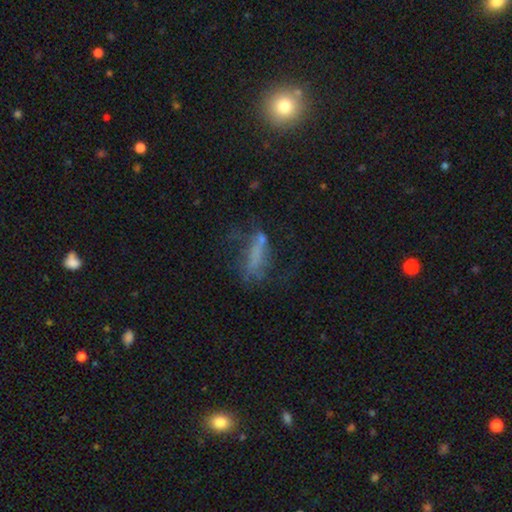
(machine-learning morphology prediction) Smooth or featured? Predicted: featured or disk (p=0.43). Merging? Predicted: none (p=0.36).